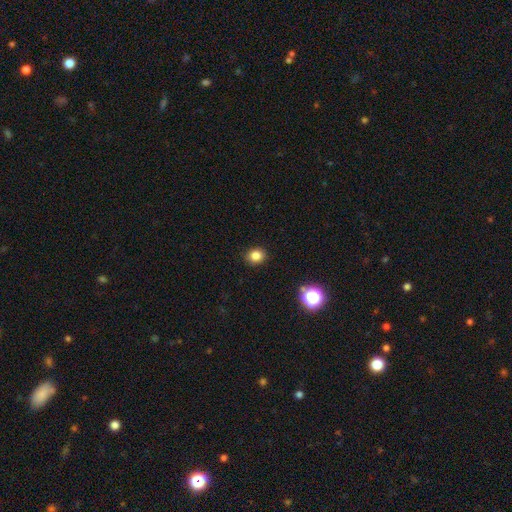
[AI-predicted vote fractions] smooth-or-featured: smooth: 82% | star or artifact: 13% | featured or disk: 5%
  how-rounded: round: 69% | in between: 30% | cigar-shaped: 1%
  merging: none: 90% | minor disturbance: 7% | major disturbance: 2% | merger: 1%